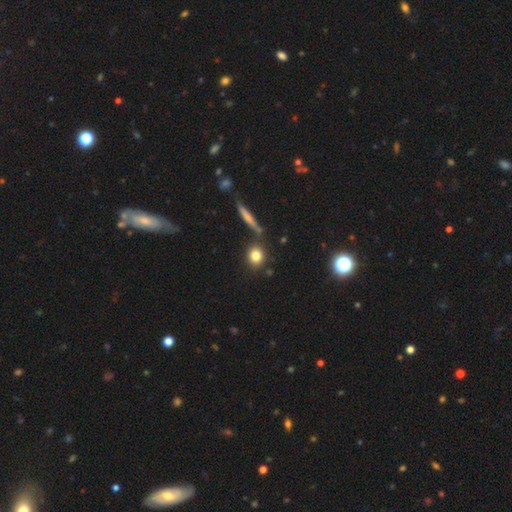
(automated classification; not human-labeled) A smooth galaxy with no disk features (81%) that is round (70%).

Vote fractions:
- Smooth or featured? smooth: 81% / star or artifact: 10% / featured or disk: 9%
- How rounded? round: 70% / in between: 26% / cigar-shaped: 4%
- Merging? none: 79% / minor disturbance: 10% / merger: 9% / major disturbance: 3%